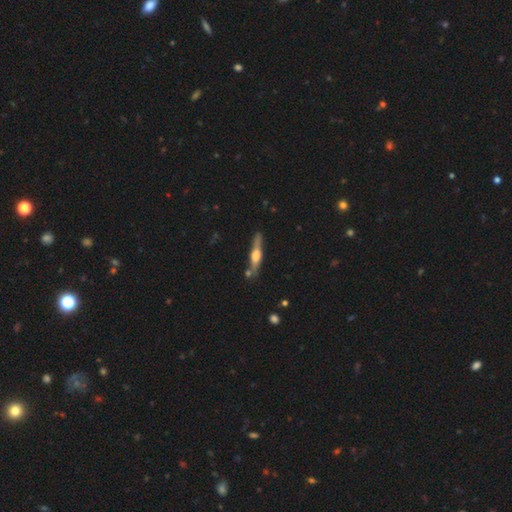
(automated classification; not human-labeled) A featured or disk galaxy (64%) viewed edge-on (94%) with a rounded central bulge (86%).

Vote fractions:
- Smooth or featured? featured or disk: 64% / smooth: 30% / star or artifact: 6%
- Edge-on disk? yes: 94% / no: 6%
- Edge-on bulge? rounded: 86% / boxy: 10% / none: 4%
- Merging? none: 78% / minor disturbance: 13% / merger: 6% / major disturbance: 3%